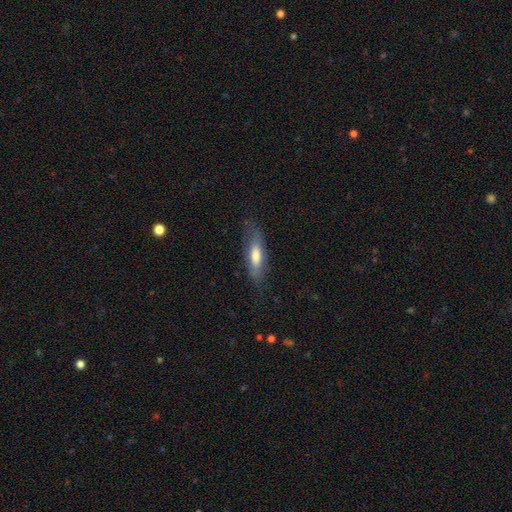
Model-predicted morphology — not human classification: smooth 60%, featured or disk 34%, star or artifact 6%. Down the decision tree: how rounded — cigar-shaped (56%); merging — none (71%).